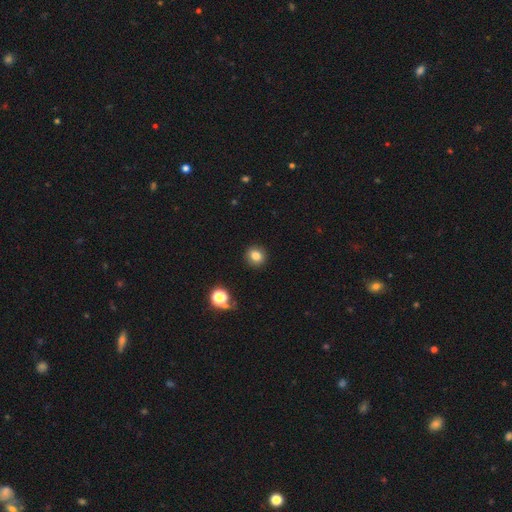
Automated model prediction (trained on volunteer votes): Smooth or featured? Predicted: smooth (p=0.82). How rounded? Predicted: round (p=0.83). Merging? Predicted: none (p=0.90).